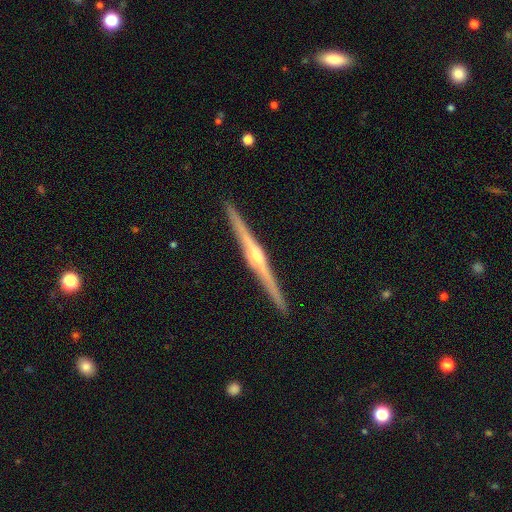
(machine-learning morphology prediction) Smooth or featured?
  - featured or disk: 87% *
  - smooth: 8%
  - star or artifact: 5%
Edge-on disk?
  - yes: 99% *
  - no: 1%
Edge-on bulge?
  - rounded: 88% *
  - none: 7%
  - boxy: 5%
Merging?
  - none: 93% *
  - minor disturbance: 5%
  - major disturbance: 1%
  - merger: 1%